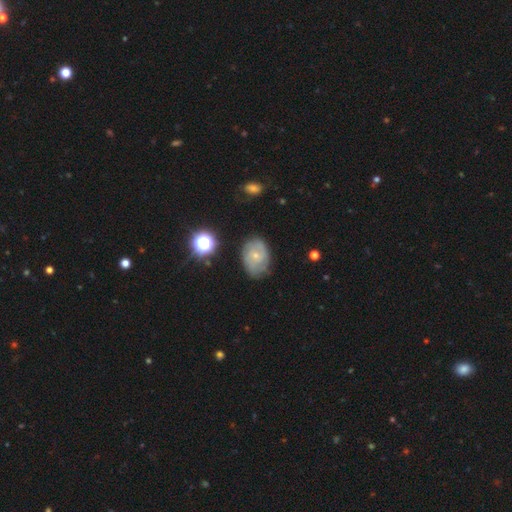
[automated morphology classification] A featured or disk galaxy (63%) with no bar (75%), tight (54%) spiral arms (85%) and a small central bulge (75%). Merging: none (72%).